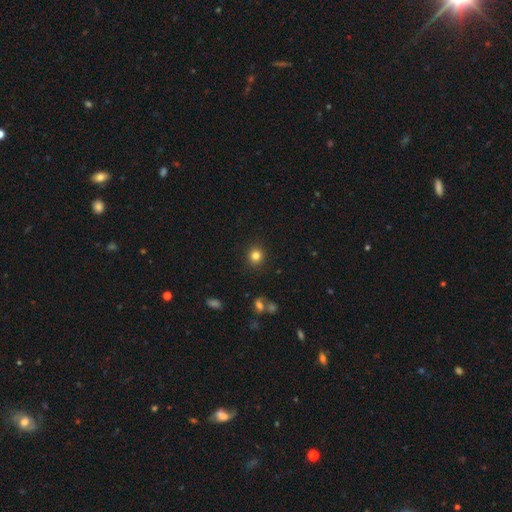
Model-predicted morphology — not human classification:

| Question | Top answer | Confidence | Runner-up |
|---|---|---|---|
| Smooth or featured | smooth | 82% | star or artifact (12%) |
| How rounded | round | 90% | in between (9%) |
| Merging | none | 90% | minor disturbance (6%) |